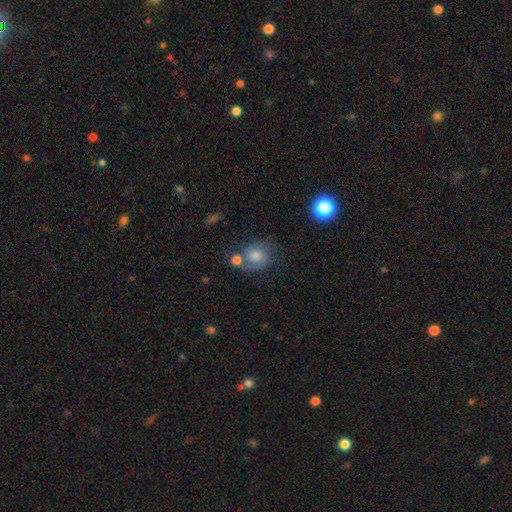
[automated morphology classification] A smooth galaxy with no disk features (51%) that is round (69%). Merging: none (51%).